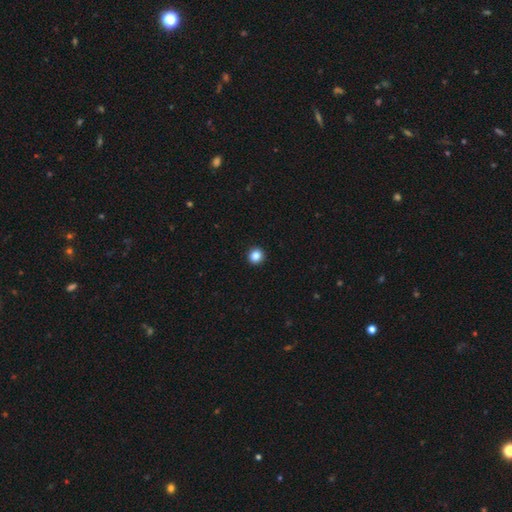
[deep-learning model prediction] Smooth or featured: smooth — 86% (star or artifact — 11%)
How rounded: round — 94% (in between — 5%)
Merging: none — 94% (minor disturbance — 4%)